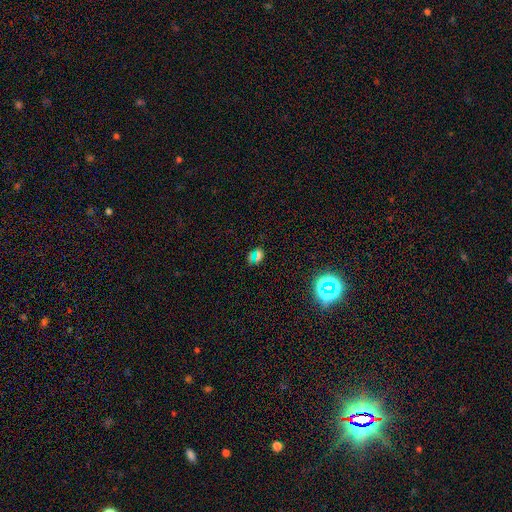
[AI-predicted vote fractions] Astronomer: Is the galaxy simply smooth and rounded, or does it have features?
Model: star or artifact — 45% (runner-up: smooth, 43%).